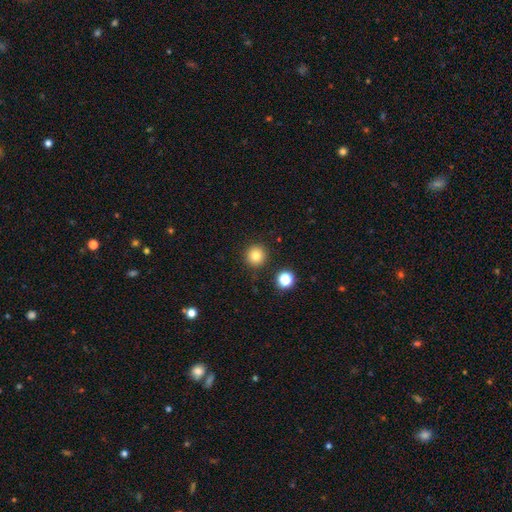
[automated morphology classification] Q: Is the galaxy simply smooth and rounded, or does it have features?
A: smooth — 81%.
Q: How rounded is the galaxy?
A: round — 95%.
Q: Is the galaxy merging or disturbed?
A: none — 90%.